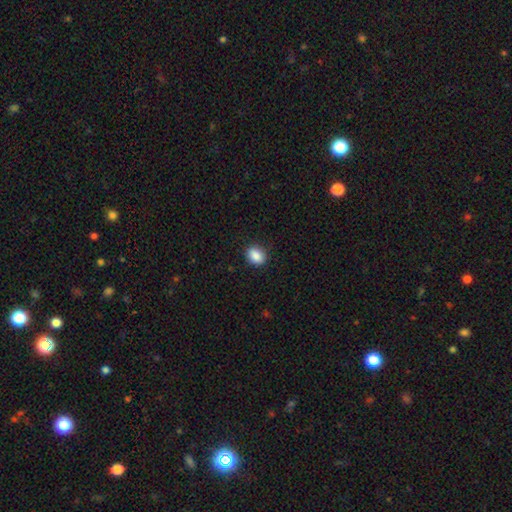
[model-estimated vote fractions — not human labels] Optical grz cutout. It shows a smooth galaxy with no disk features (87%) that is in between round and cigar-shaped (61%). Merging: none (87%).